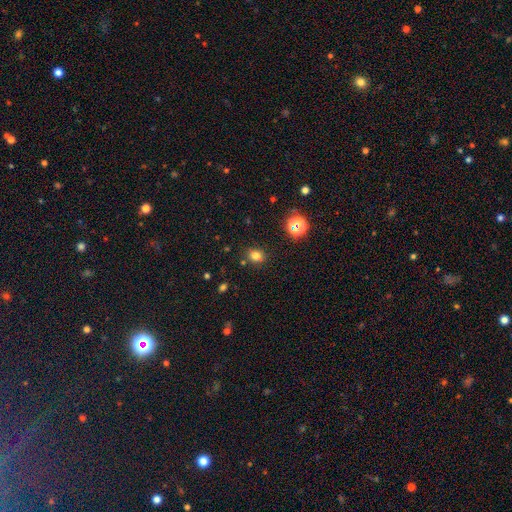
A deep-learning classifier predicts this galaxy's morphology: This appears to be a smooth galaxy with no disk features (76%) that is round (56%). Merging: none (81%).